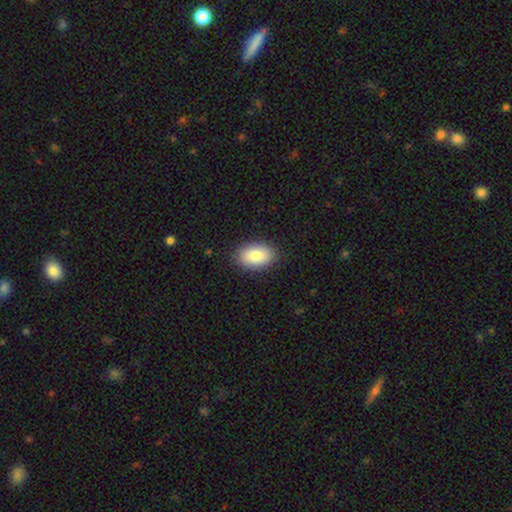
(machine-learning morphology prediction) Smooth or featured?
  - smooth: 85% *
  - featured or disk: 8%
  - star or artifact: 7%
How rounded?
  - in between: 90% *
  - round: 8%
  - cigar-shaped: 1%
Merging?
  - none: 88% *
  - minor disturbance: 9%
  - major disturbance: 2%
  - merger: 1%